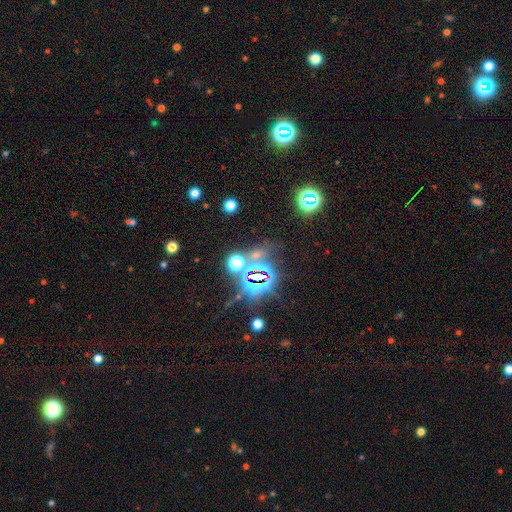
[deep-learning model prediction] smooth-or-featured: star or artifact: 75% | smooth: 17% | featured or disk: 8%